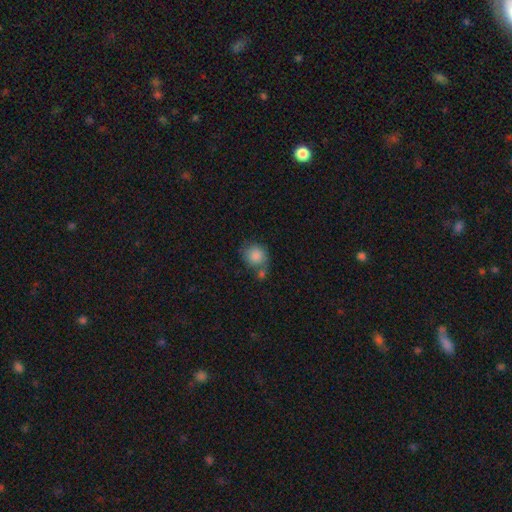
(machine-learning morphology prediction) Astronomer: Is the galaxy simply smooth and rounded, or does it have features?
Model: smooth — 85%.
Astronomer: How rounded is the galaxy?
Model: round — 81%.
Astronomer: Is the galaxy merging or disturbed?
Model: none — 48% (runner-up: merger, 27%).